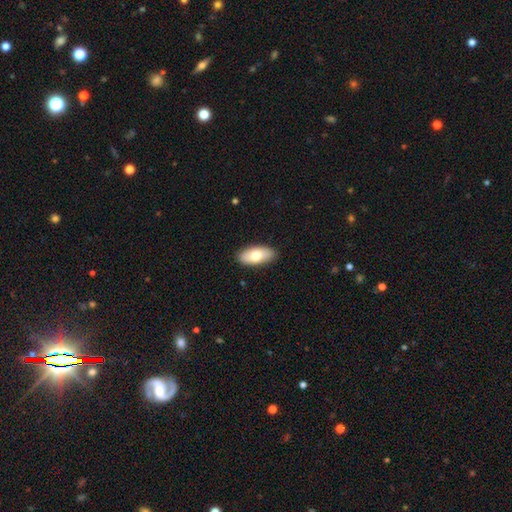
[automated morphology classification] Q: Smooth or featured?
A: smooth (75%); runner-up: featured or disk (19%)
Q: How rounded?
A: in between (92%); runner-up: cigar-shaped (6%)
Q: Merging?
A: none (89%); runner-up: minor disturbance (8%)